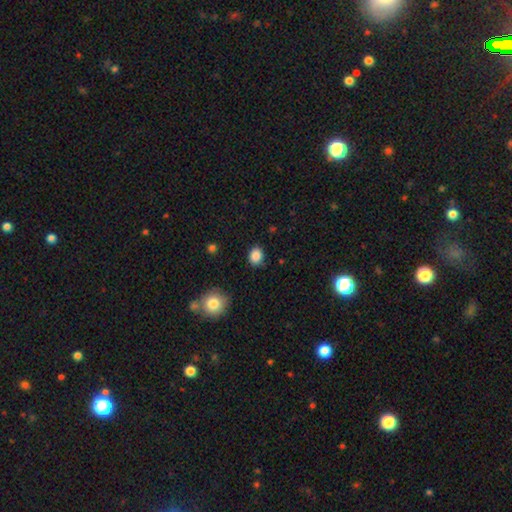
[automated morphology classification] Smooth or featured: smooth — 87% (star or artifact — 10%)
How rounded: round — 53% (in between — 46%)
Merging: none — 84% (minor disturbance — 12%)